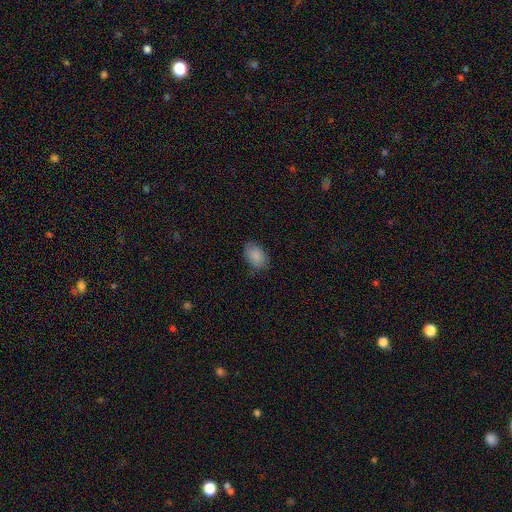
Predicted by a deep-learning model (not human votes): Q: Smooth or featured?
A: smooth (88%); runner-up: star or artifact (7%)
Q: How rounded?
A: in between (83%); runner-up: round (16%)
Q: Merging?
A: none (80%); runner-up: minor disturbance (16%)